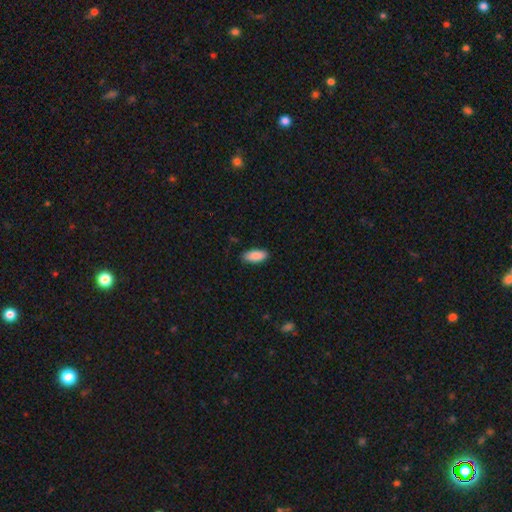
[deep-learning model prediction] smooth 89%, star or artifact 6%, featured or disk 5%. Down the decision tree: how rounded — in between (89%); merging — none (87%).